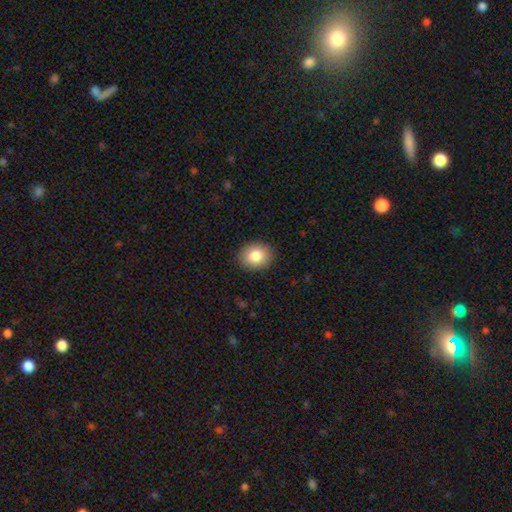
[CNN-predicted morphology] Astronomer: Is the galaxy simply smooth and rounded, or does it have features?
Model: smooth — 83%.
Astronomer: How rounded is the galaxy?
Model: round — 59% (runner-up: in between, 40%).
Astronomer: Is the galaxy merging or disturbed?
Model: none — 90%.